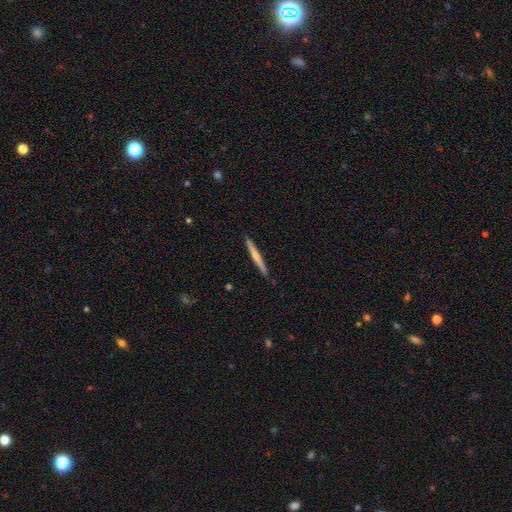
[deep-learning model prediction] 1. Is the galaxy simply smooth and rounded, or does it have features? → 66% featured or disk, 29% smooth, 5% star or artifact.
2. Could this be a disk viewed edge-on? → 98% yes, 2% no.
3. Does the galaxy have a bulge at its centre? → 73% rounded, 22% none, 5% boxy.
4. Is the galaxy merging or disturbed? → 91% none, 6% minor disturbance, 1% major disturbance, 1% merger.